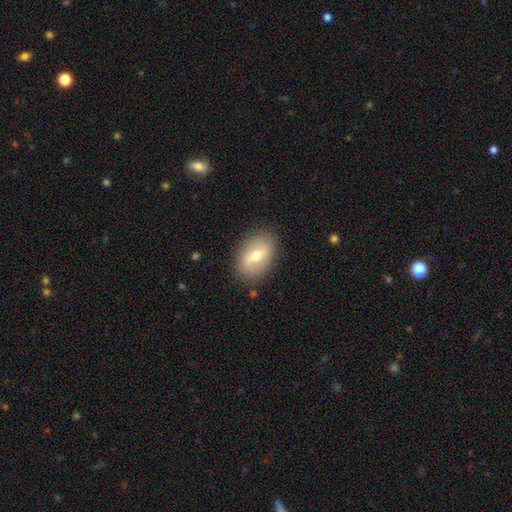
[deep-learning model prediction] Smooth or featured?
  - smooth: 56% *
  - featured or disk: 37%
  - star or artifact: 8%
How rounded?
  - in between: 83% *
  - round: 15%
  - cigar-shaped: 2%
Merging?
  - none: 85% *
  - minor disturbance: 10%
  - major disturbance: 3%
  - merger: 1%